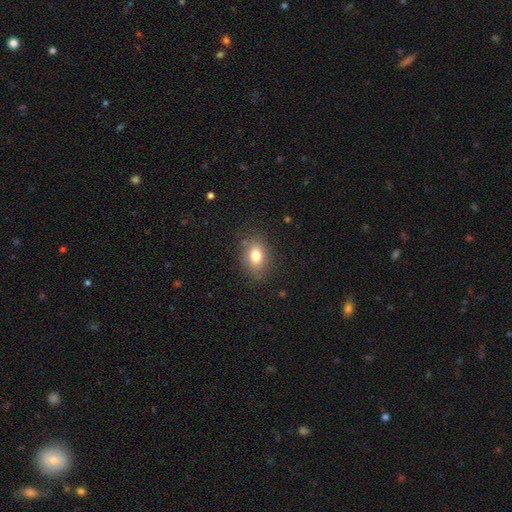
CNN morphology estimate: A smooth galaxy with no disk features (79%) that is in between round and cigar-shaped (72%). Merging: none (82%).